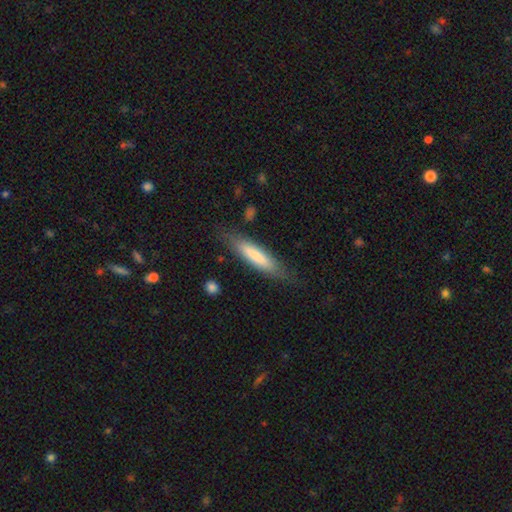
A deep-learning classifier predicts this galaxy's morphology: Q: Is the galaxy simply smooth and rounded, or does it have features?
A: smooth — 74%.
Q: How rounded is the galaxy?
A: cigar-shaped — 80%.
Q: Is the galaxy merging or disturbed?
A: none — 79%.